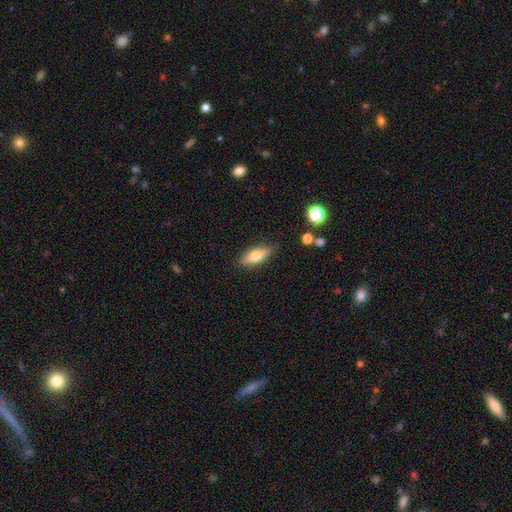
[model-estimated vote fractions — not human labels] Smooth or featured?
  - smooth: 61% *
  - featured or disk: 32%
  - star or artifact: 7%
How rounded?
  - in between: 53% *
  - cigar-shaped: 45%
  - round: 3%
Merging?
  - none: 84% *
  - minor disturbance: 12%
  - major disturbance: 3%
  - merger: 2%